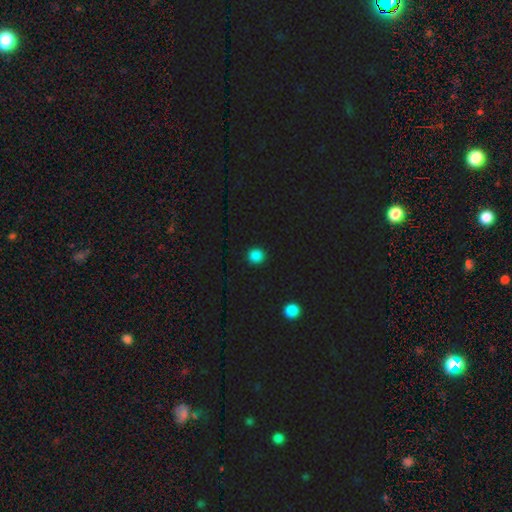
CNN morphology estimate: type=smooth (84%); roundness=round (80%); merging=none (91%).